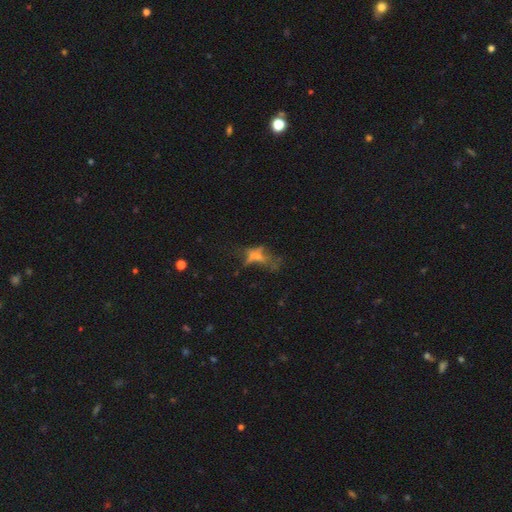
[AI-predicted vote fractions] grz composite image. It shows a featured or disk galaxy (42%). Merging: major disturbance (39%).